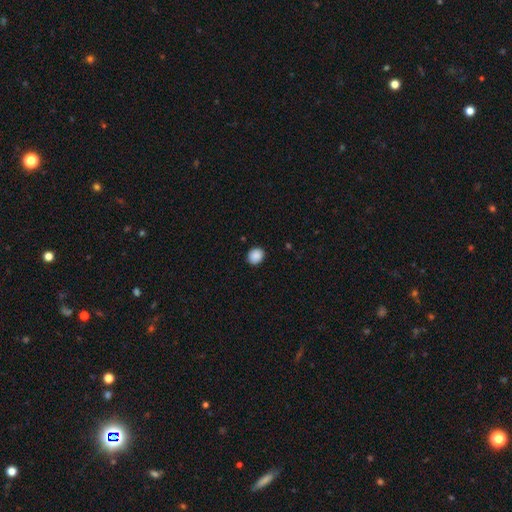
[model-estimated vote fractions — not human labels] This appears to be a smooth galaxy with no disk features (89%) that is round (74%). Merging: none (88%).